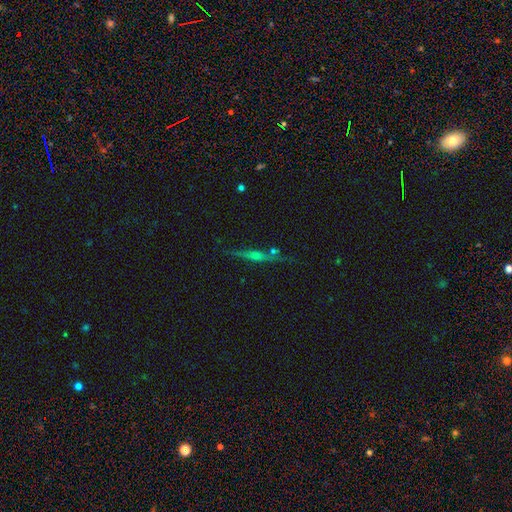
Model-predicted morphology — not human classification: This is likely a featured or disk galaxy (64%). It is clearly viewed edge-on (94%). Edge-on bulge: possibly rounded (60%). Merging: likely none (79%).